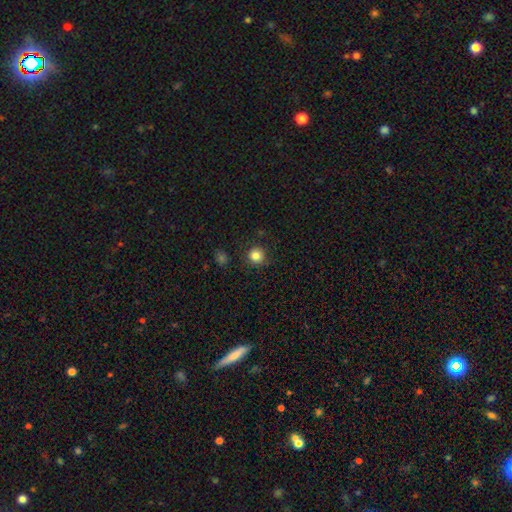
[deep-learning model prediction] The model was most divided on "smooth or featured": smooth: 84%, star or artifact: 12%, featured or disk: 5%. More confident: how rounded — round (93%); merging — none (86%).